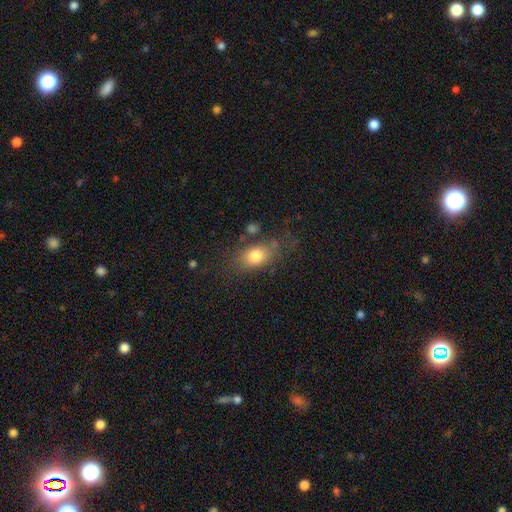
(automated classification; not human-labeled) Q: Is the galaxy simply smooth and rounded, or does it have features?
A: smooth — 78%.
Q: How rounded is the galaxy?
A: in between — 77%.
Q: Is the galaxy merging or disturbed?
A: none — 68%.